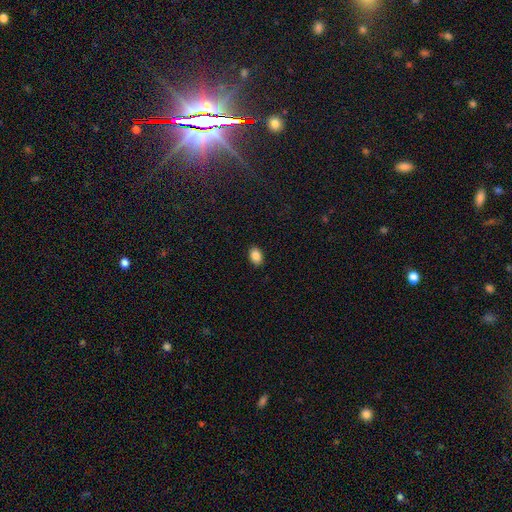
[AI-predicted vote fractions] smooth_or_featured: smooth (p=0.87) [alt: star or artifact p=0.09]
how_rounded: in between (p=0.81) [alt: round p=0.18]
merging: none (p=0.90) [alt: minor disturbance p=0.07]